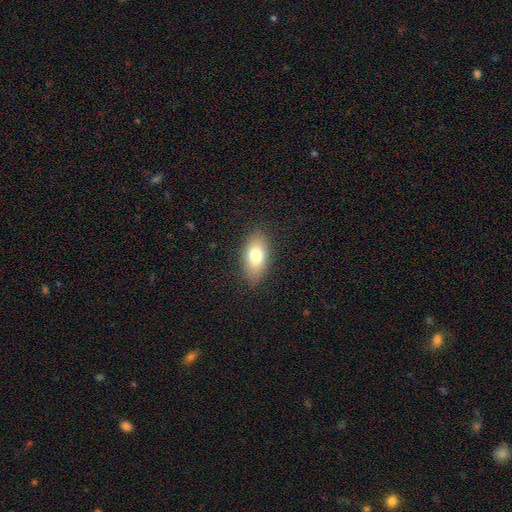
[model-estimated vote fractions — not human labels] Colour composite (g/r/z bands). It shows a smooth galaxy with no disk features (77%) that is in between round and cigar-shaped (90%). Merging: none (86%).